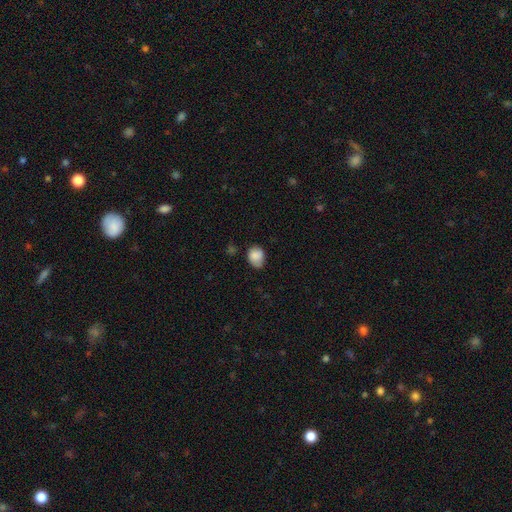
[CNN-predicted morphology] smooth_or_featured: smooth (p=0.85) [alt: star or artifact p=0.08]
how_rounded: round (p=0.53) [alt: in between p=0.46]
merging: none (p=0.59) [alt: minor disturbance p=0.32]